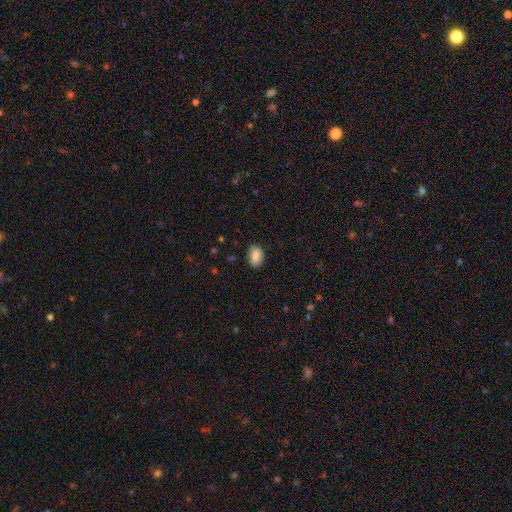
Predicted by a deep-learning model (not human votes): A smooth galaxy with no disk features (85%) that is in between round and cigar-shaped (86%). Merging: none (86%).